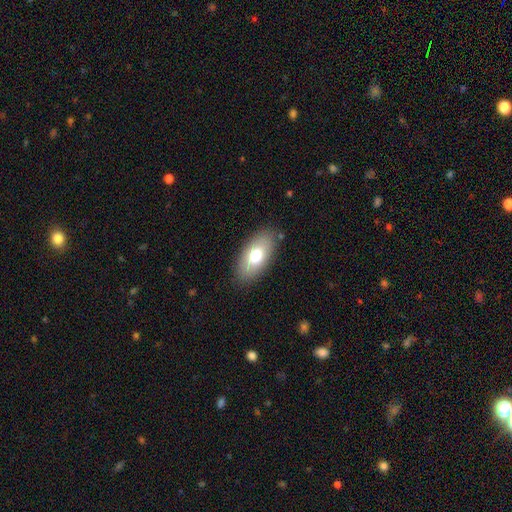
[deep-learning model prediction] The model was most divided on "smooth or featured": smooth: 71%, featured or disk: 22%, star or artifact: 7%. More confident: how rounded — in between (90%); merging — none (85%).